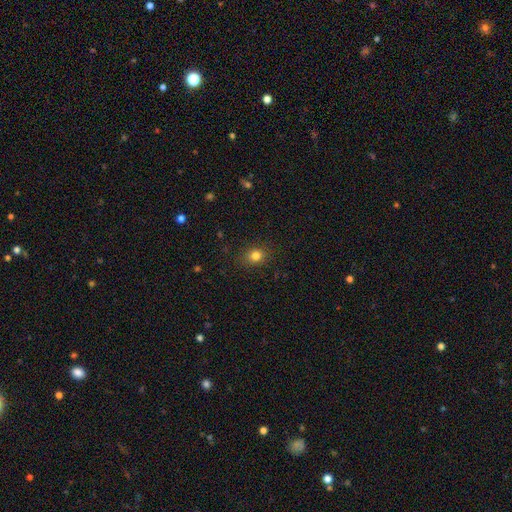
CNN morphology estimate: Overall: smooth (81%). How rounded: round (64%; in between 35%). Merging: none (87%).